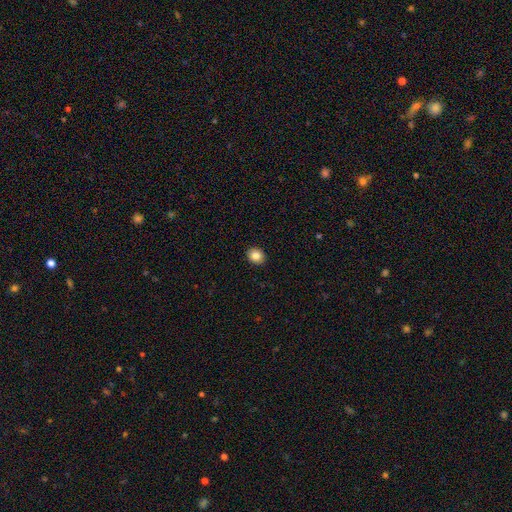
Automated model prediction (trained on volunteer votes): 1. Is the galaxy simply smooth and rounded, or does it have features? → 84% smooth, 9% star or artifact, 7% featured or disk.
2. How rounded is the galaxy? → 62% round, 37% in between, 1% cigar-shaped.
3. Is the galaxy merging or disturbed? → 92% none, 6% minor disturbance, 2% major disturbance, 1% merger.